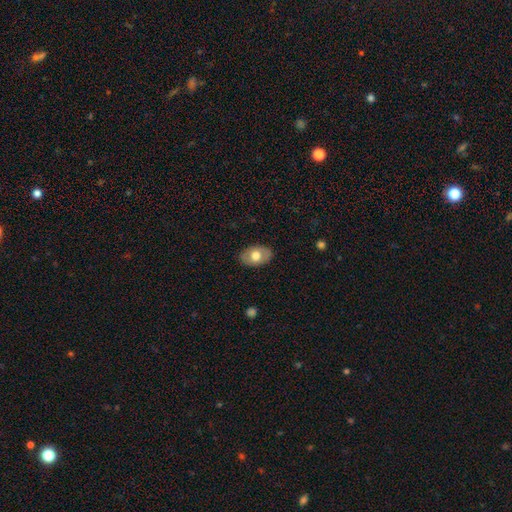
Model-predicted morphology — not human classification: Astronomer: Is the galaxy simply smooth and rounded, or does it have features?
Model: smooth — 66%.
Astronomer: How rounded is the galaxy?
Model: in between — 87%.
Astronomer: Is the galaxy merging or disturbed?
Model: none — 86%.